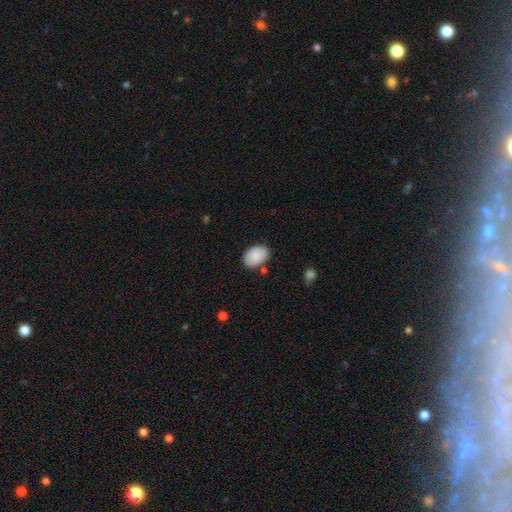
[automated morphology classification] A smooth galaxy with no disk features (87%) that is in between round and cigar-shaped (87%). Merging: none (76%).